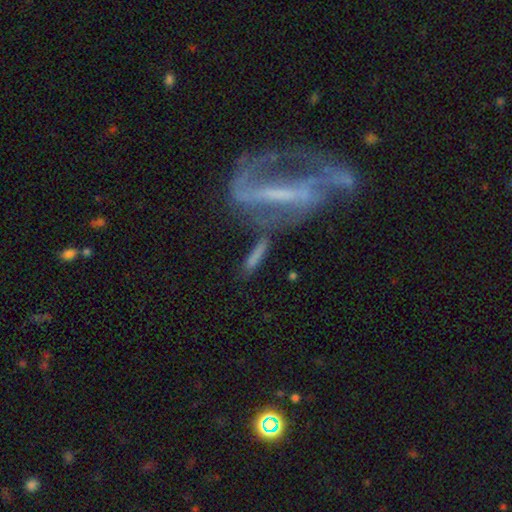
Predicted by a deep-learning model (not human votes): smooth 61%, featured or disk 29%, star or artifact 9%. Down the decision tree: how rounded — cigar-shaped (81%); merging — none (57%).